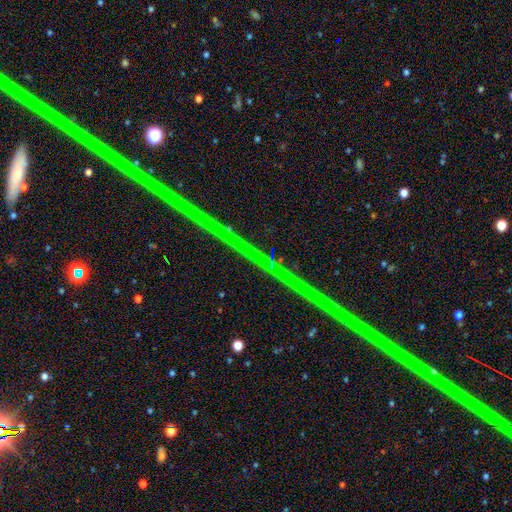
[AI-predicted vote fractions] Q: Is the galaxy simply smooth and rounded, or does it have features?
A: star or artifact — 88%.